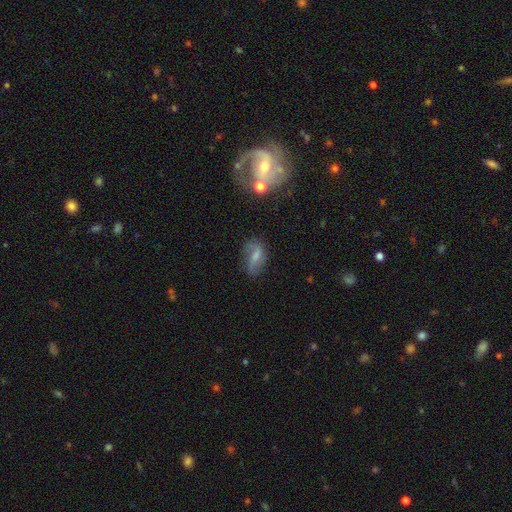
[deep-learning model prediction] featured or disk 46%, smooth 42%, star or artifact 11%. Down the decision tree: merging — none (57%).